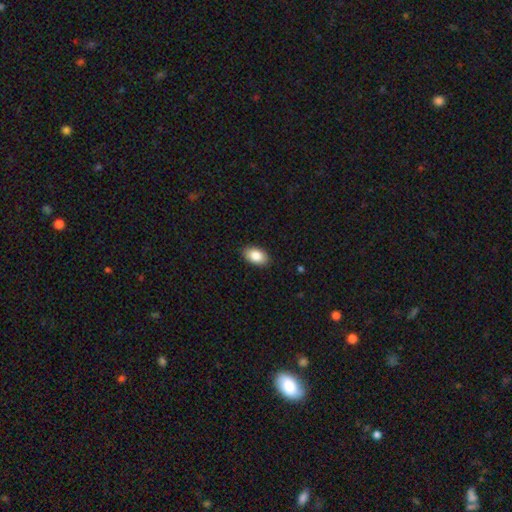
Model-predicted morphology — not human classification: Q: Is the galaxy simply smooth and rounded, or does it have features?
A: smooth — 85%.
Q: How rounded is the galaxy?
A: in between — 93%.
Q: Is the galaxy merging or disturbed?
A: none — 89%.